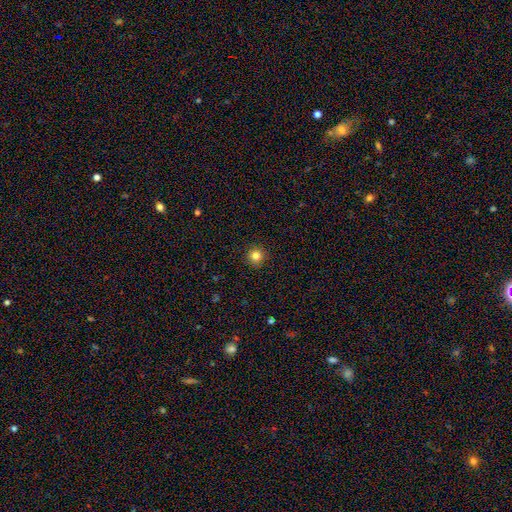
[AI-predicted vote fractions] smooth_or_featured: smooth (p=0.83) [alt: star or artifact p=0.12]
how_rounded: round (p=0.94) [alt: in between p=0.05]
merging: none (p=0.91) [alt: minor disturbance p=0.06]